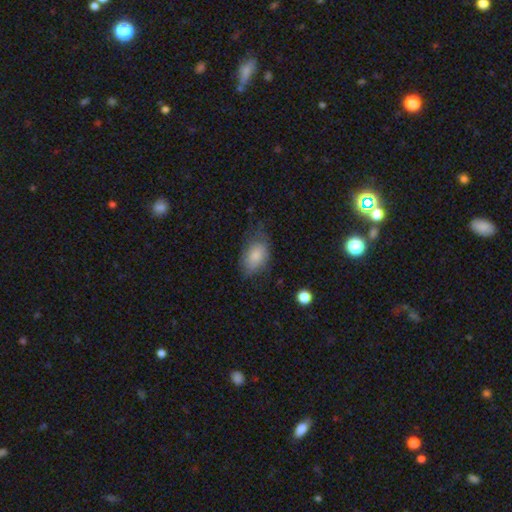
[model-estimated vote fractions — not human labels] The model was most divided on "merging": none: 52%, minor disturbance: 32%, major disturbance: 15%, merger: 2%. More confident: how rounded — in between (89%); smooth or featured — smooth (80%).